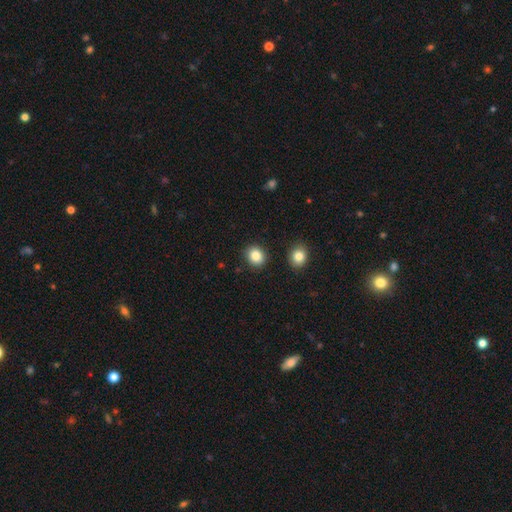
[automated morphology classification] smooth-or-featured: smooth: 86% | star or artifact: 9% | featured or disk: 5%
  how-rounded: round: 67% | in between: 32% | cigar-shaped: 1%
  merging: none: 88% | minor disturbance: 7% | merger: 3% | major disturbance: 2%